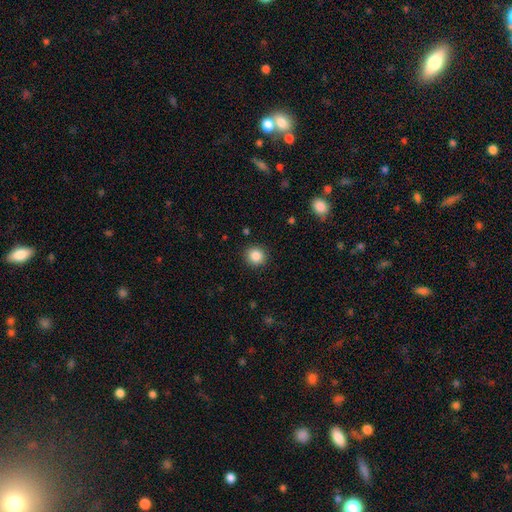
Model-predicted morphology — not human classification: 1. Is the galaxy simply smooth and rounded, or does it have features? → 86% smooth, 10% star or artifact, 4% featured or disk.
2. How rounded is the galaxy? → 90% round, 9% in between, 1% cigar-shaped.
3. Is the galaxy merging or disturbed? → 91% none, 6% minor disturbance, 2% major disturbance, 1% merger.